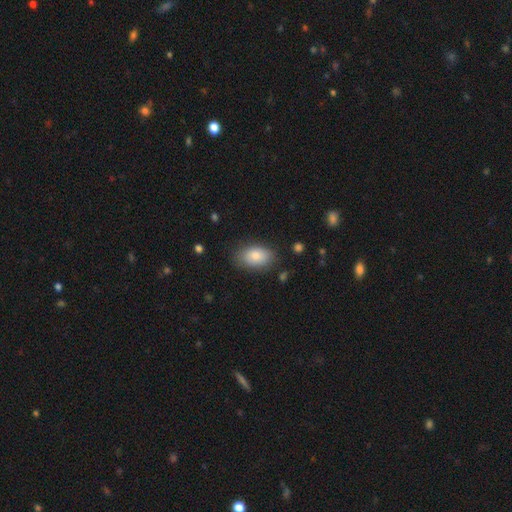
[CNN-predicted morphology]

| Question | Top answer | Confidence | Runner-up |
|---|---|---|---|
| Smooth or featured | smooth | 82% | featured or disk (11%) |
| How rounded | in between | 90% | round (9%) |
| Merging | none | 81% | minor disturbance (14%) |